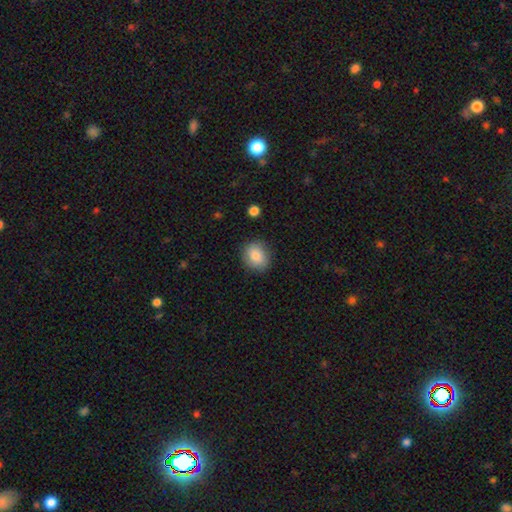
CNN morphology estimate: Smooth or featured? smooth (83%)
How rounded? round (69%)
Merging? none (83%)